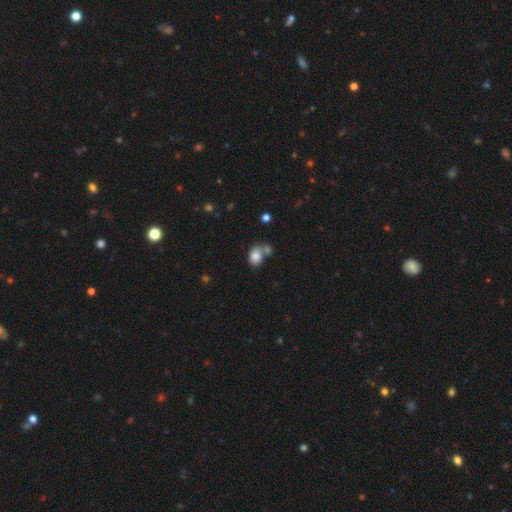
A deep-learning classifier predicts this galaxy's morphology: Smooth or featured? Predicted: smooth (p=0.82). How rounded? Predicted: in between (p=0.72). Merging? Predicted: none (p=0.42).